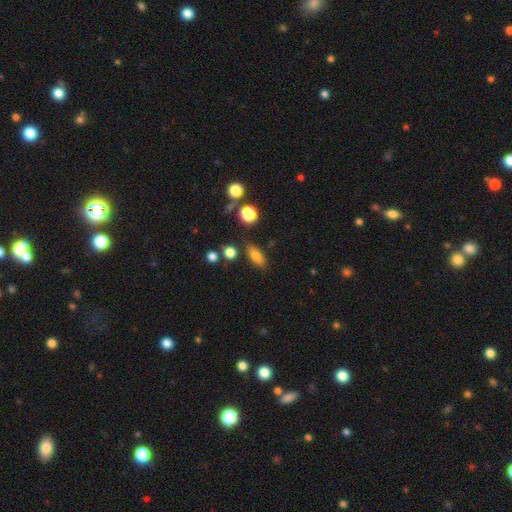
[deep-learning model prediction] Smooth or featured?
  - smooth: 77% *
  - featured or disk: 12%
  - star or artifact: 11%
How rounded?
  - in between: 75% *
  - cigar-shaped: 17%
  - round: 8%
Merging?
  - none: 79% *
  - minor disturbance: 13%
  - merger: 5%
  - major disturbance: 4%